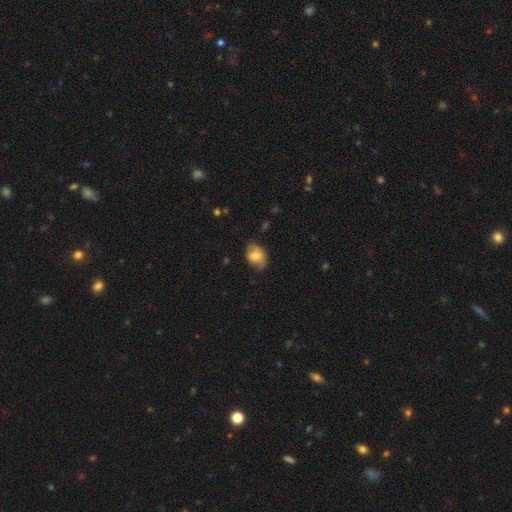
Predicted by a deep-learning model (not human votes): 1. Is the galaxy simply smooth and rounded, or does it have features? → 71% smooth, 20% featured or disk, 8% star or artifact.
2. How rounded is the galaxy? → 70% in between, 28% round, 1% cigar-shaped.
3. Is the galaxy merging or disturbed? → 64% none, 28% minor disturbance, 6% major disturbance, 1% merger.